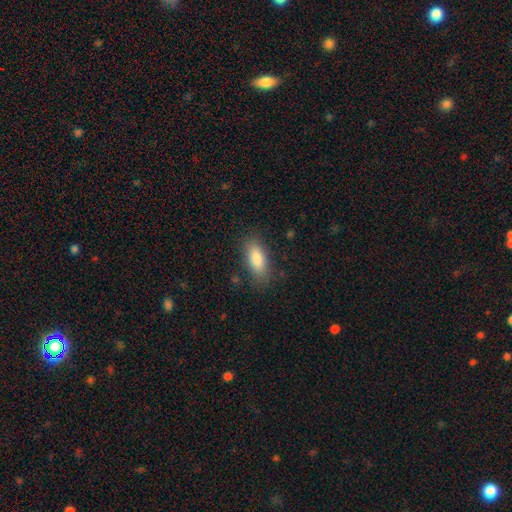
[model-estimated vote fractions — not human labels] smooth 81%, star or artifact 10%, featured or disk 9%. Down the decision tree: how rounded — in between (81%); merging — none (85%).